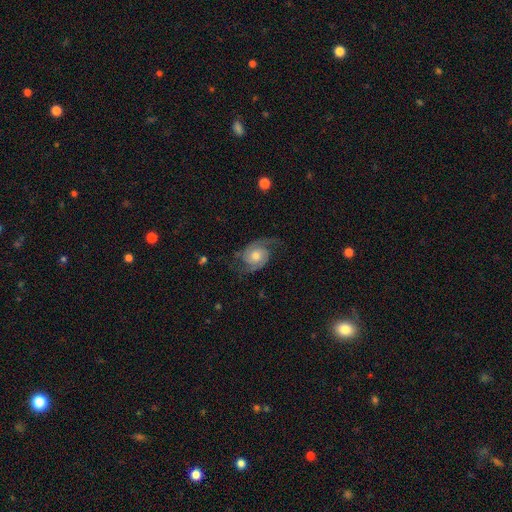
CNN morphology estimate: Smooth or featured: featured or disk — 82% (smooth — 12%)
Edge-on disk: no — 97% (yes — 3%)
Bar: no — 74% (weak — 22%)
Spiral arms: yes — 96% (no — 4%)
Spiral winding: medium — 45% (loose — 31%)
Spiral arm count: 2 — 89% (can't tell — 4%)
Bulge size: moderate — 62% (small — 29%)
Merging: none — 68% (minor disturbance — 19%)